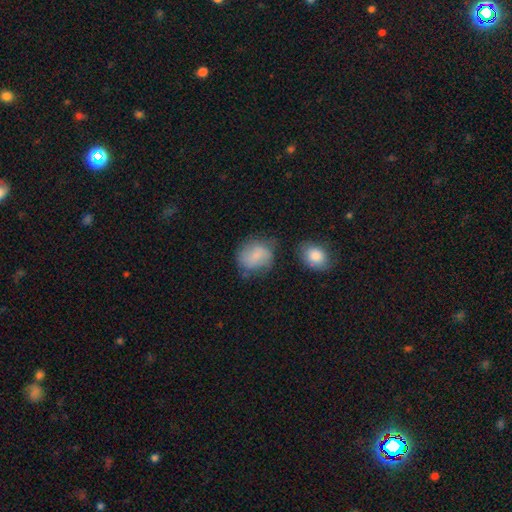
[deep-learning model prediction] Q: Smooth or featured?
A: smooth (74%); runner-up: featured or disk (18%)
Q: How rounded?
A: round (63%); runner-up: in between (36%)
Q: Merging?
A: none (56%); runner-up: minor disturbance (26%)